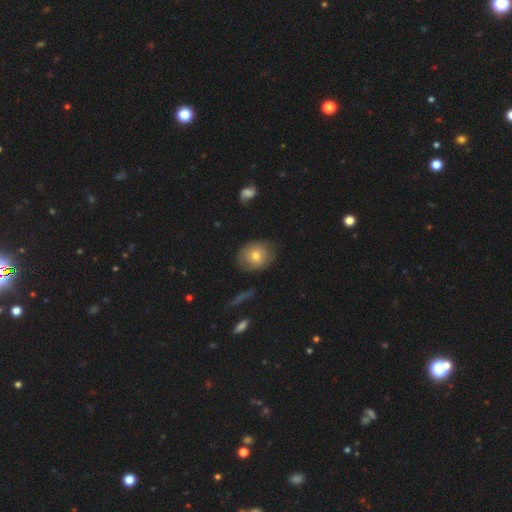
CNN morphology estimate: type=smooth (70%); roundness=round (62%); merging=none (73%).